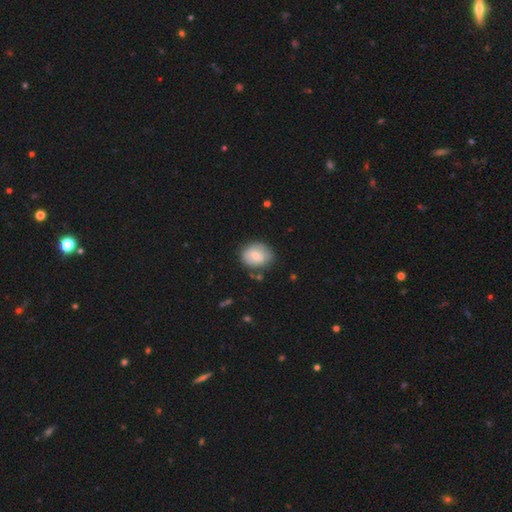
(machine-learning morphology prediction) type=smooth (69%); roundness=round (56%); merging=none (69%).